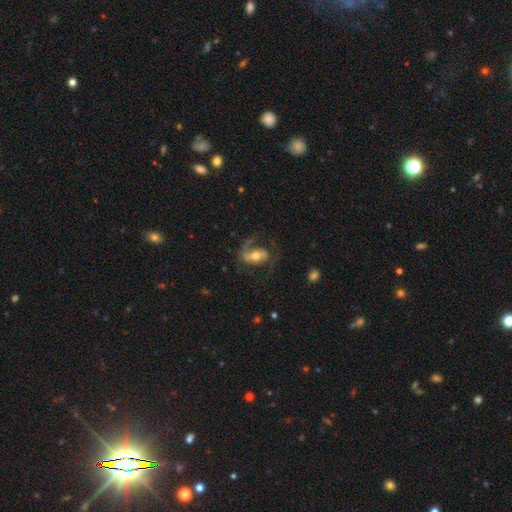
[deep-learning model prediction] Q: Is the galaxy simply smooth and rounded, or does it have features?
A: featured or disk — 72%.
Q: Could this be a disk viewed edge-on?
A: no — 96%.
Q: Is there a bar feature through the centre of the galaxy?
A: no — 42%.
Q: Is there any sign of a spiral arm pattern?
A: yes — 89%.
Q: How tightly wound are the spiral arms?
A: medium — 43%, tied with loose.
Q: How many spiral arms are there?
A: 2 — 50%.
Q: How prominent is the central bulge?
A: moderate — 70%.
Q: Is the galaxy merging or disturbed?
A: none — 51%.